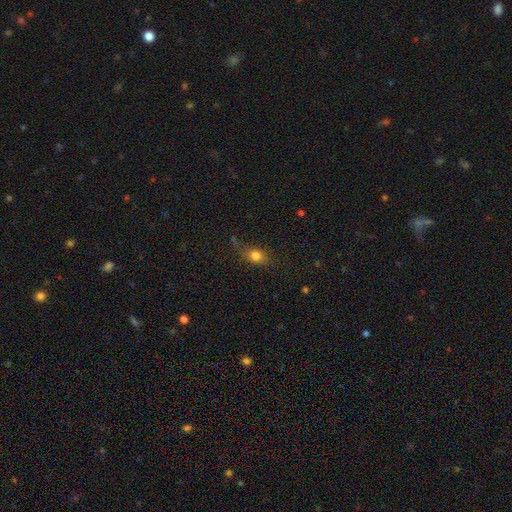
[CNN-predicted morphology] smooth 77%, star or artifact 12%, featured or disk 11%. Down the decision tree: how rounded — in between (60%); merging — none (69%).